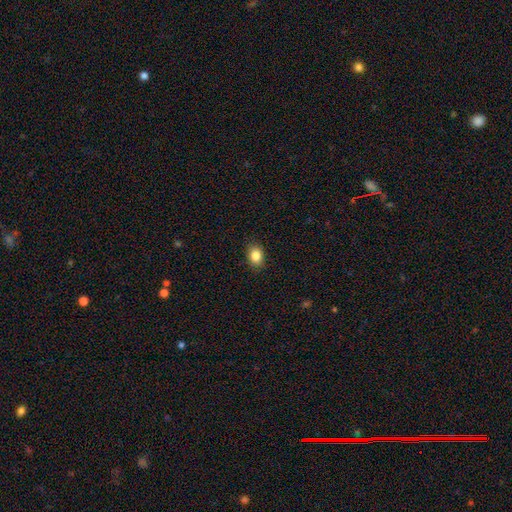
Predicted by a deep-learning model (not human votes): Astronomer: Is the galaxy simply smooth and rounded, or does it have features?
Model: smooth — 85%.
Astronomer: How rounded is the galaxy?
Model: in between — 65%.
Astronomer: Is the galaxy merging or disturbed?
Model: none — 89%.